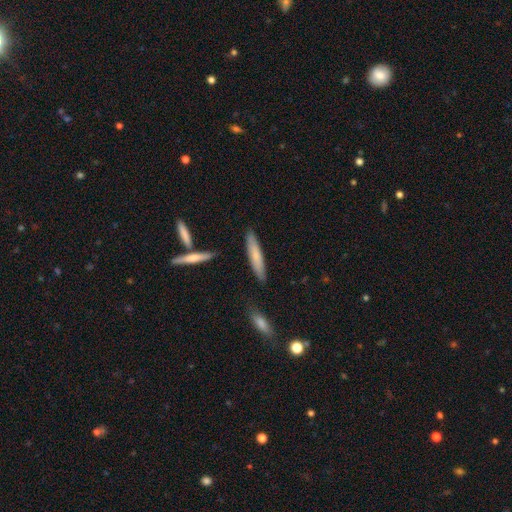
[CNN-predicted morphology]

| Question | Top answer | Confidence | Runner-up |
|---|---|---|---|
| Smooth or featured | smooth | 73% | featured or disk (22%) |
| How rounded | cigar-shaped | 86% | in between (13%) |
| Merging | none | 84% | minor disturbance (10%) |